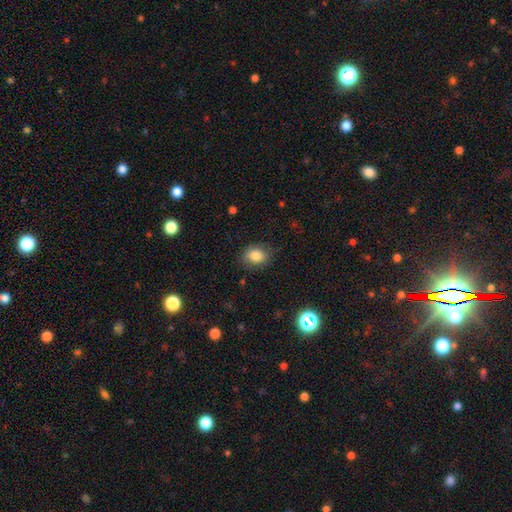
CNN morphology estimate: smooth_or_featured: smooth (p=0.82) [alt: star or artifact p=0.10]
how_rounded: in between (p=0.57) [alt: round p=0.42]
merging: none (p=0.78) [alt: minor disturbance p=0.16]